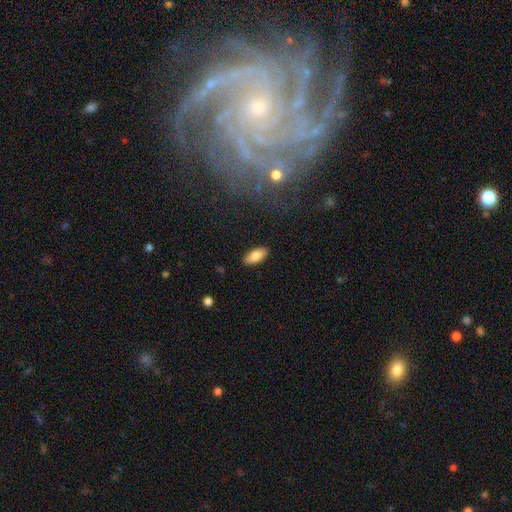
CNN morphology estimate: Overall: smooth (82%). How rounded: in between (87%). Merging: none (88%).